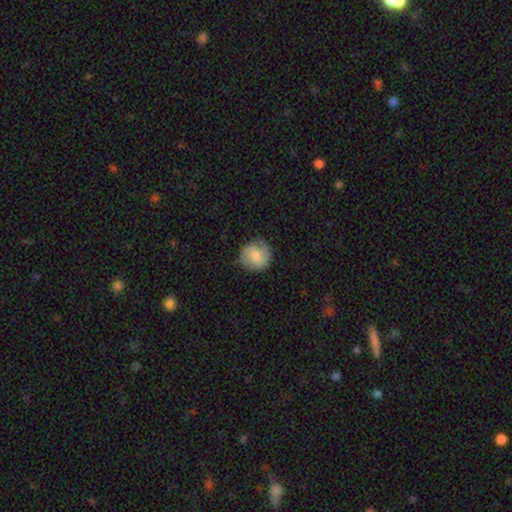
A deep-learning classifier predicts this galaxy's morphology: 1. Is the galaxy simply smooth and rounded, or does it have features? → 55% smooth, 39% featured or disk, 7% star or artifact.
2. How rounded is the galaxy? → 88% round, 11% in between, 1% cigar-shaped.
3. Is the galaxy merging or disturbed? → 72% none, 21% minor disturbance, 6% major disturbance, 1% merger.